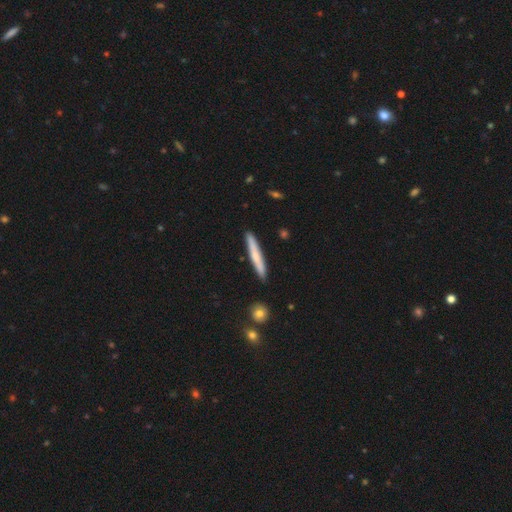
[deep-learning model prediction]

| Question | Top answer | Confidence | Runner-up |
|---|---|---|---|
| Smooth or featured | smooth | 61% | featured or disk (34%) |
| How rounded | cigar-shaped | 96% | in between (3%) |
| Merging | none | 90% | minor disturbance (7%) |